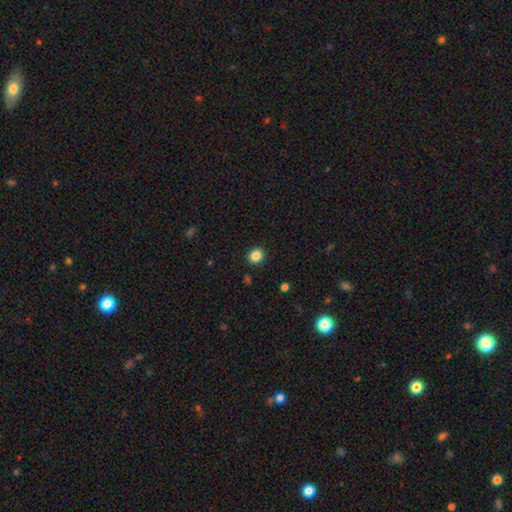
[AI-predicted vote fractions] Smooth or featured: smooth — 85% (star or artifact — 11%)
How rounded: round — 85% (in between — 14%)
Merging: none — 91% (minor disturbance — 6%)